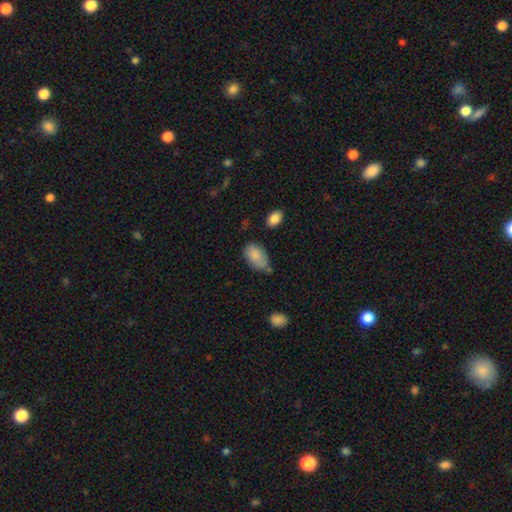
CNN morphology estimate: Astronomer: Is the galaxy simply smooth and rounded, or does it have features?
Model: smooth — 83%.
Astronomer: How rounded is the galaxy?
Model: in between — 92%.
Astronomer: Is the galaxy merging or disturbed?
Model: none — 56%.